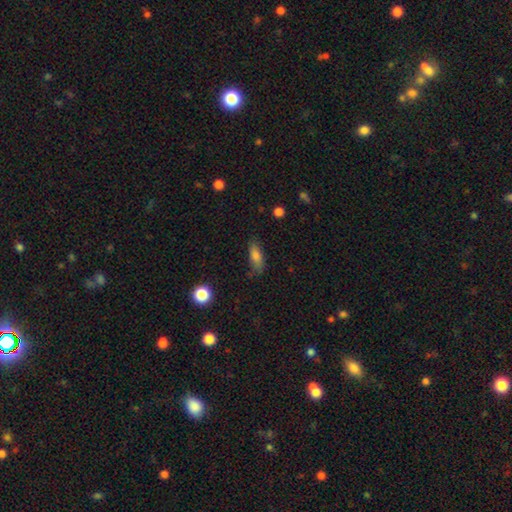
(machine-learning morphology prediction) Smooth or featured? smooth (80%)
How rounded? in between (69%)
Merging? none (70%)